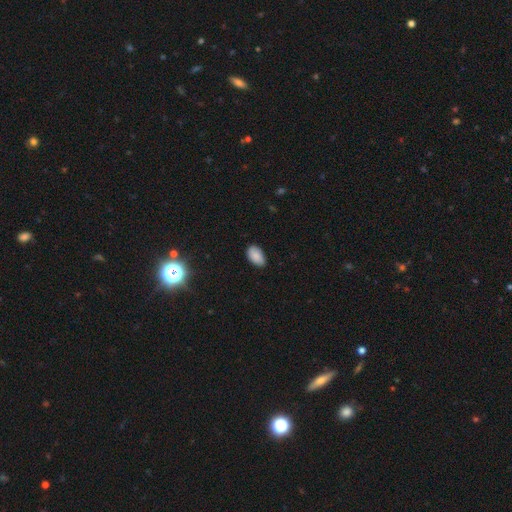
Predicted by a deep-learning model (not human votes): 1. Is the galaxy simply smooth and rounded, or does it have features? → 85% smooth, 9% star or artifact, 6% featured or disk.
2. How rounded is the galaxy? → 93% in between, 6% round, 1% cigar-shaped.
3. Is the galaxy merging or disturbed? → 78% none, 18% minor disturbance, 3% major disturbance, 1% merger.